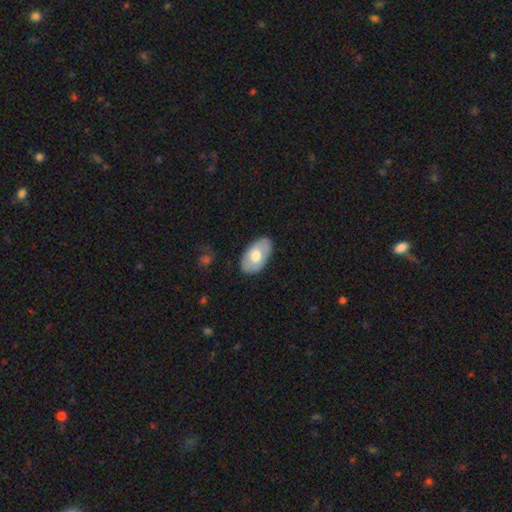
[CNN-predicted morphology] Smooth or featured: smooth — 64% (featured or disk — 30%)
How rounded: in between — 94% (round — 4%)
Merging: none — 83% (minor disturbance — 13%)